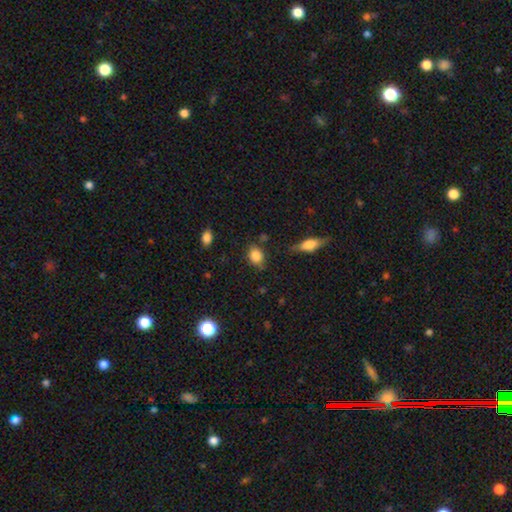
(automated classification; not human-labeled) The model was most divided on "how rounded": round: 50%, in between: 48%, cigar-shaped: 2%. More confident: smooth or featured — smooth (84%); merging — none (72%).